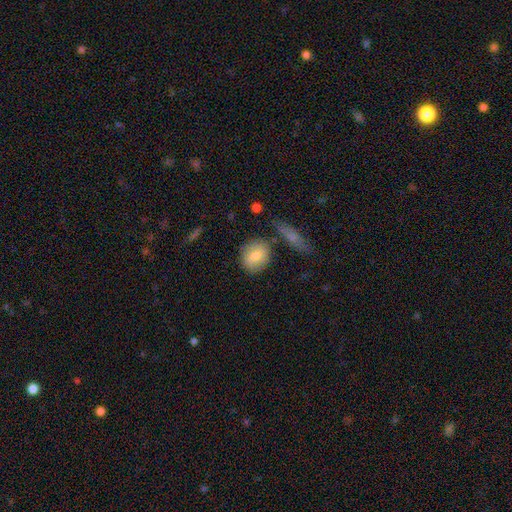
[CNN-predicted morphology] This appears to be a smooth galaxy with no disk features (76%) that is round (66%). Merging: none (76%).